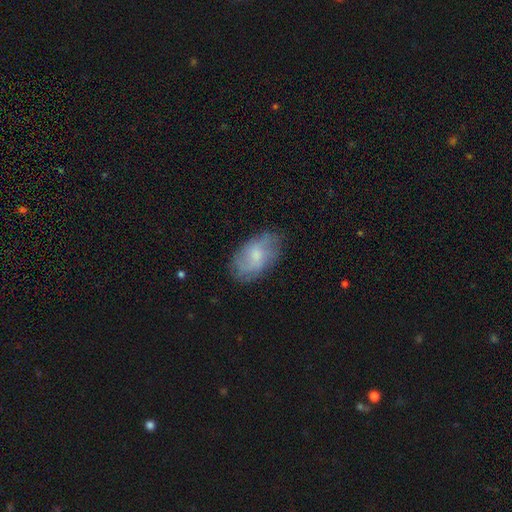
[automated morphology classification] A smooth galaxy with no disk features (52%) that is in between round and cigar-shaped (92%).

Vote fractions:
- Smooth or featured? smooth: 52% / featured or disk: 41% / star or artifact: 7%
- How rounded? in between: 92% / round: 6% / cigar-shaped: 2%
- Merging? none: 70% / minor disturbance: 22% / major disturbance: 7% / merger: 1%